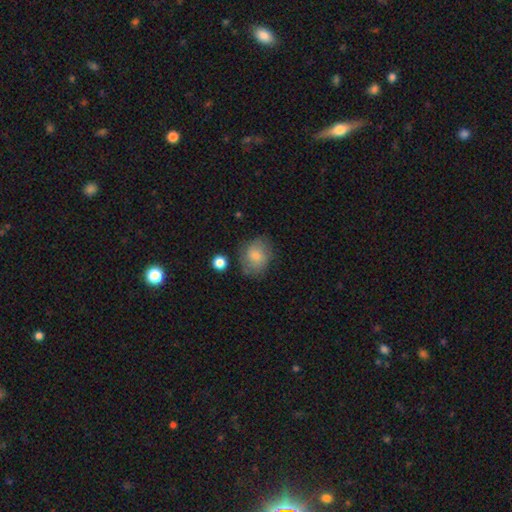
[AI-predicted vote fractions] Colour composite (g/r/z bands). It shows a smooth galaxy with no disk features (75%) that is round (56%). Merging: none (67%).